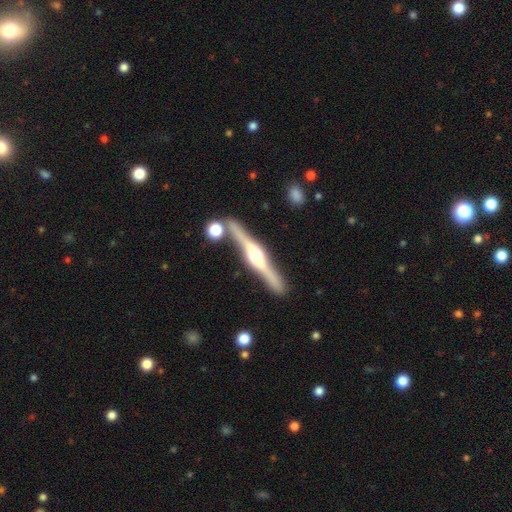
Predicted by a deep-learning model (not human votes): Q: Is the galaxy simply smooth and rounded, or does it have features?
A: featured or disk — 81%.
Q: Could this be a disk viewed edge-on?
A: yes — 97%.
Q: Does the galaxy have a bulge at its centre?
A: rounded — 90%.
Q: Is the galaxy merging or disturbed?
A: none — 79%.